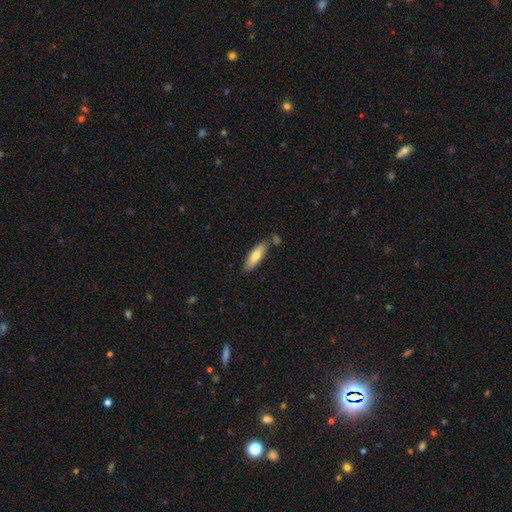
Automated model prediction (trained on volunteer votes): The model was most divided on "how rounded": cigar-shaped: 53%, in between: 46%, round: 2%. More confident: merging — none (75%); smooth or featured — smooth (72%).